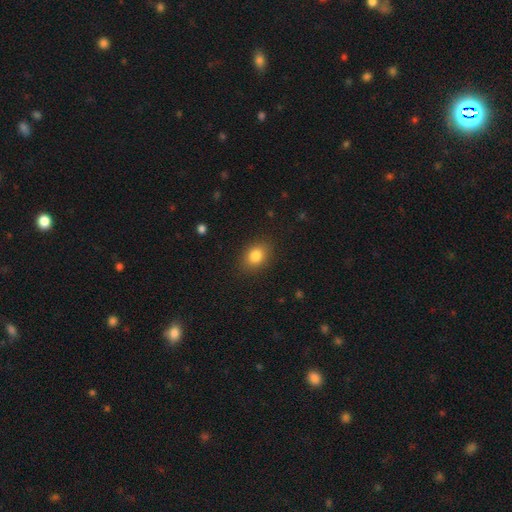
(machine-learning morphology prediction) A smooth galaxy with no disk features (83%) that is in between round and cigar-shaped (68%).

Vote fractions:
- Smooth or featured? smooth: 83% / star or artifact: 10% / featured or disk: 7%
- How rounded? in between: 68% / round: 31% / cigar-shaped: 1%
- Merging? none: 86% / minor disturbance: 10% / major disturbance: 3% / merger: 1%